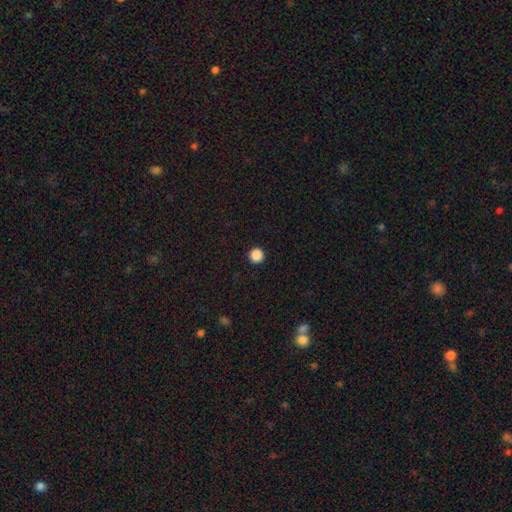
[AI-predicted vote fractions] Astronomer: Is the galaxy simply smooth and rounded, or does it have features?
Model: smooth — 88%.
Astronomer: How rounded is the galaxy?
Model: round — 97%.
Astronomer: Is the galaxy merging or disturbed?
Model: none — 94%.